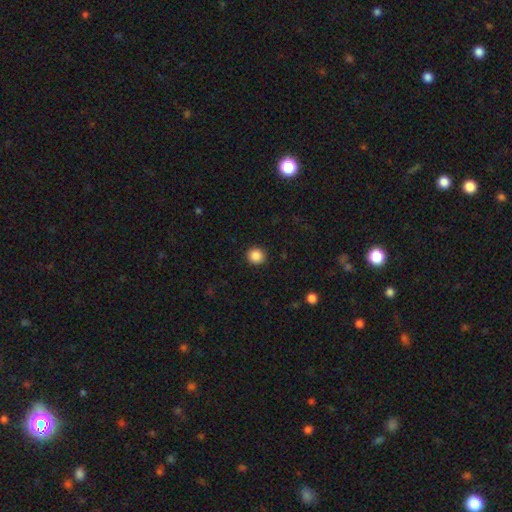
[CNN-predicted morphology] The model was most divided on "smooth or featured": smooth: 87%, star or artifact: 10%, featured or disk: 3%. More confident: merging — none (93%); how rounded — round (92%).